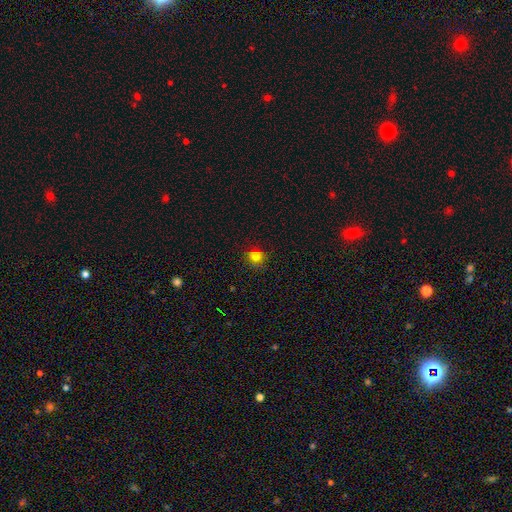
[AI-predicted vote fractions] Smooth or featured?
  - smooth: 80% *
  - star or artifact: 14%
  - featured or disk: 5%
How rounded?
  - round: 82% *
  - in between: 17%
  - cigar-shaped: 1%
Merging?
  - none: 82% *
  - minor disturbance: 13%
  - major disturbance: 3%
  - merger: 1%